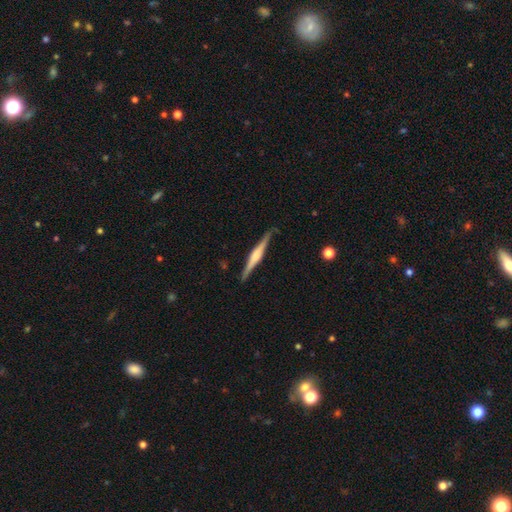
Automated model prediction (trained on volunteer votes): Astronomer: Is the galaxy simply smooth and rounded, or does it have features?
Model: featured or disk — 75%.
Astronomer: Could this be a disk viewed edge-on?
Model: yes — 98%.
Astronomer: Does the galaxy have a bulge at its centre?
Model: rounded — 66%.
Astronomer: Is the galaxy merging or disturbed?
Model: none — 89%.